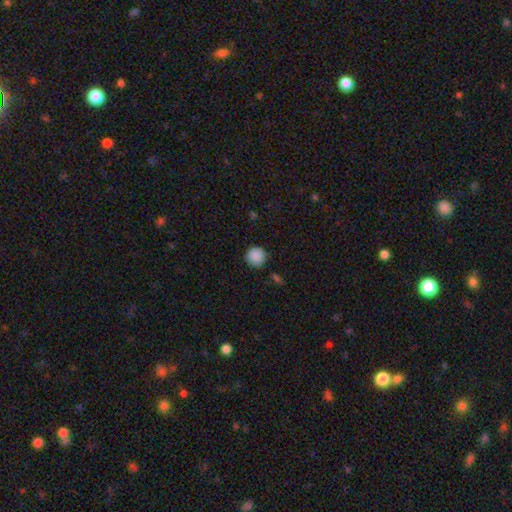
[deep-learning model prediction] Smooth or featured: smooth — 89% (star or artifact — 9%)
How rounded: round — 95% (in between — 4%)
Merging: none — 87% (minor disturbance — 9%)